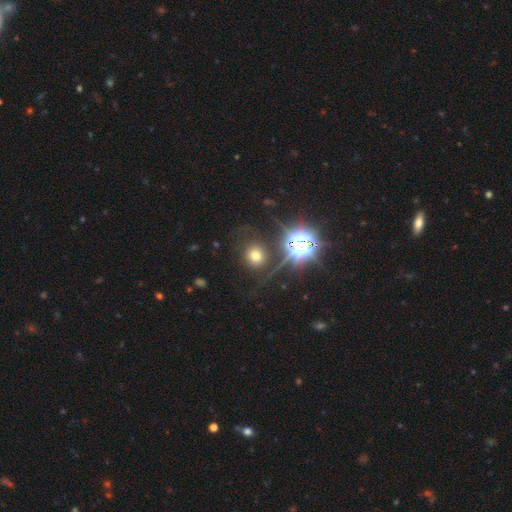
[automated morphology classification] smooth_or_featured: smooth (p=0.61) [alt: star or artifact p=0.27]
how_rounded: round (p=0.83) [alt: in between p=0.15]
merging: none (p=0.81) [alt: minor disturbance p=0.10]